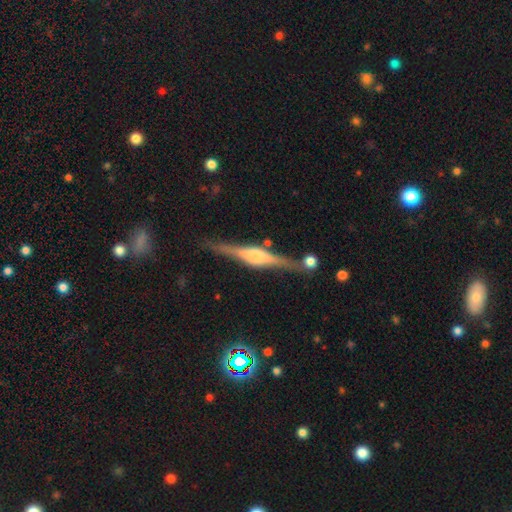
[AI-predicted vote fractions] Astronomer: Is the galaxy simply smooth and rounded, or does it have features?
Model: featured or disk — 79%.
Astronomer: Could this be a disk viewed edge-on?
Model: yes — 97%.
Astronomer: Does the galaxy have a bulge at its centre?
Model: rounded — 75%.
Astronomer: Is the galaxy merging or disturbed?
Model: none — 79%.